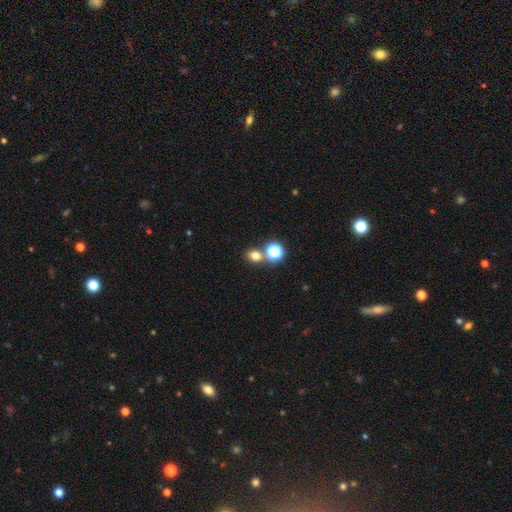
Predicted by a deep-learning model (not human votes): Smooth or featured?
  - smooth: 72% *
  - star or artifact: 20%
  - featured or disk: 8%
How rounded?
  - round: 58% *
  - in between: 41%
  - cigar-shaped: 1%
Merging?
  - none: 67% *
  - merger: 22%
  - minor disturbance: 8%
  - major disturbance: 3%